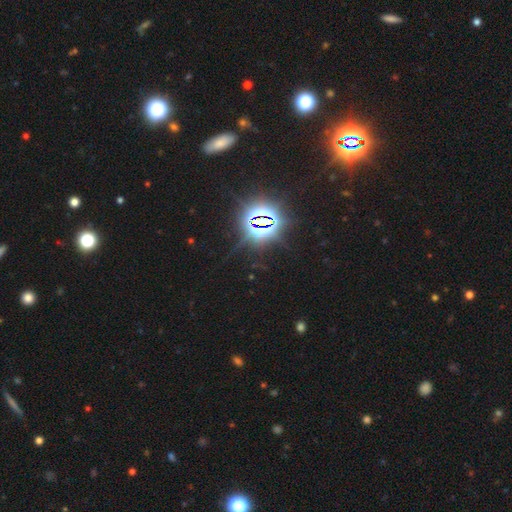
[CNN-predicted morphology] star or artifact 81%, smooth 12%, featured or disk 7%.